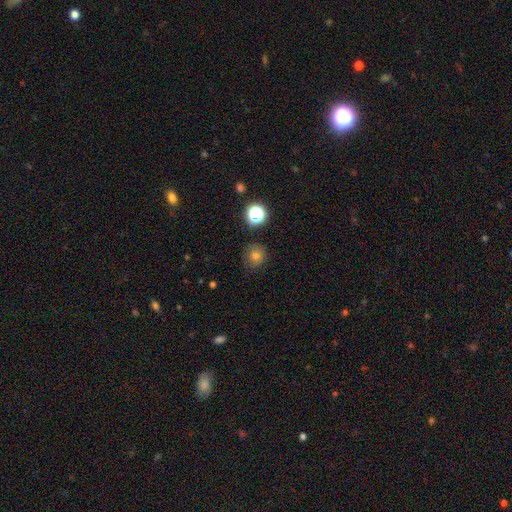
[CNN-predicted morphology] Smooth or featured: smooth — 75% (star or artifact — 18%)
How rounded: round — 90% (in between — 9%)
Merging: none — 85% (minor disturbance — 10%)